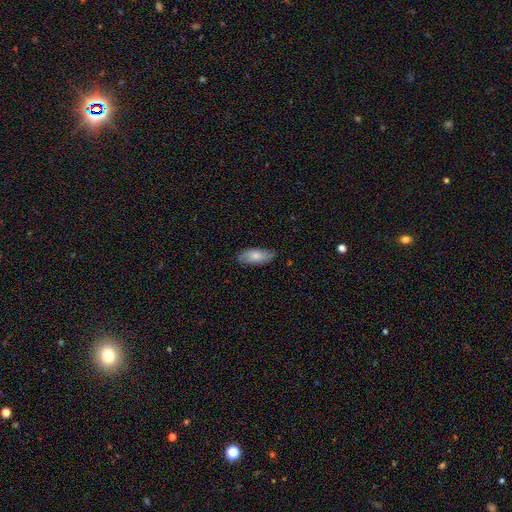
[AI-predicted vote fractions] Q: Smooth or featured?
A: smooth (77%); runner-up: featured or disk (17%)
Q: How rounded?
A: in between (82%); runner-up: cigar-shaped (16%)
Q: Merging?
A: none (80%); runner-up: minor disturbance (16%)